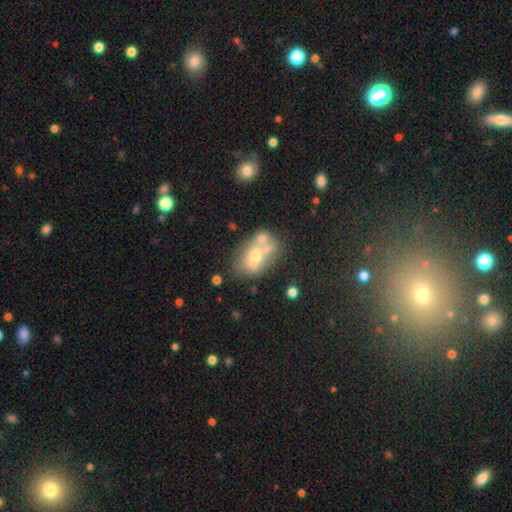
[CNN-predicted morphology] smooth_or_featured: smooth (p=0.50) [alt: featured or disk p=0.39]
merging: merger (p=0.43) [alt: none p=0.34]